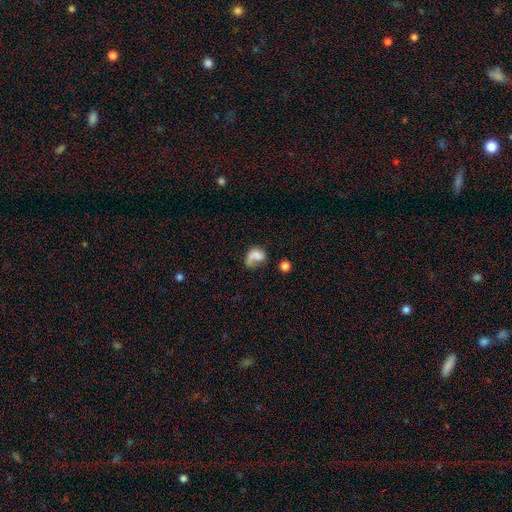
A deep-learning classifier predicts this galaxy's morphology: A smooth galaxy with no disk features (64%) that is in between round and cigar-shaped (67%). Merging: major disturbance (34%).